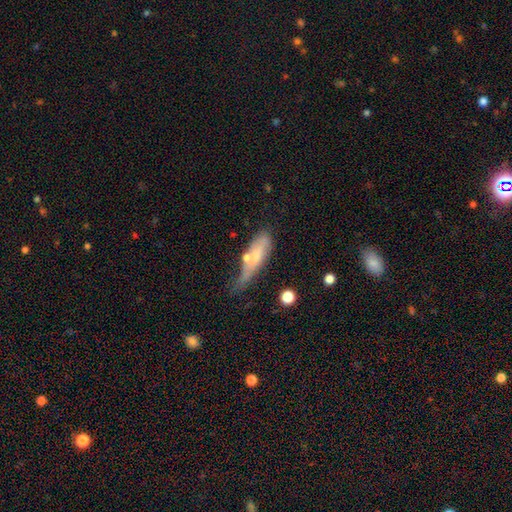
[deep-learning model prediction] Smooth or featured? smooth (55%)
How rounded? in between (48%, tied with cigar-shaped)
Merging? minor disturbance (32%)